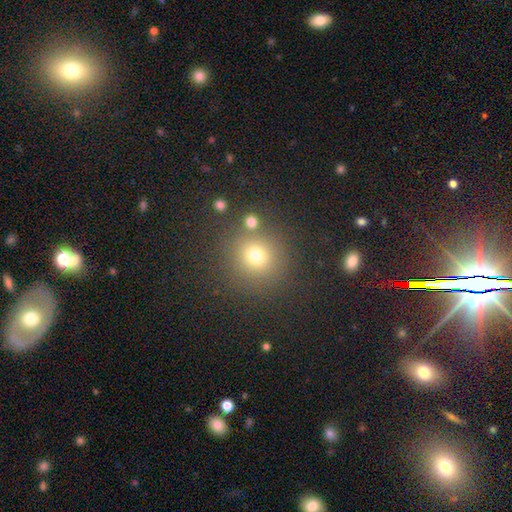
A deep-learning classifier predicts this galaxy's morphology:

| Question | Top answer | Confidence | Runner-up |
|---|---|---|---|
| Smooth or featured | smooth | 72% | star or artifact (19%) |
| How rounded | round | 91% | in between (8%) |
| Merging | none | 81% | minor disturbance (8%) |